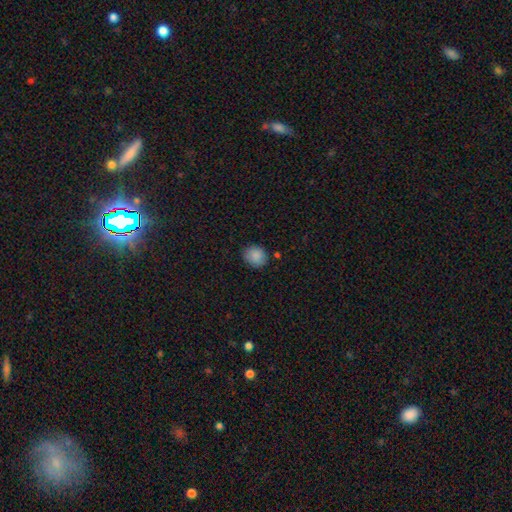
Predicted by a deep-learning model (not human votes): smooth-or-featured: smooth: 88% | star or artifact: 8% | featured or disk: 4%
  how-rounded: round: 76% | in between: 23% | cigar-shaped: 1%
  merging: none: 83% | minor disturbance: 12% | major disturbance: 3% | merger: 2%